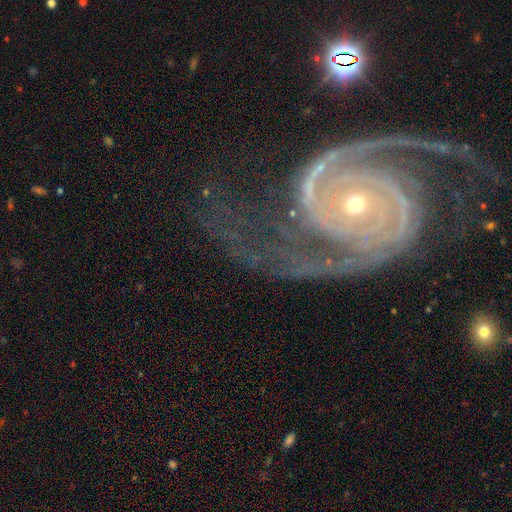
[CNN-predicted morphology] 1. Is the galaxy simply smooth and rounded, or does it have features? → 91% featured or disk, 6% star or artifact, 3% smooth.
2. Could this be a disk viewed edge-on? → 97% no, 3% yes.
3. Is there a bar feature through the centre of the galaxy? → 66% no, 19% weak, 14% strong.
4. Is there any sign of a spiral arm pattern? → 98% yes, 2% no.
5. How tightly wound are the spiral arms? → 57% tight, 35% medium, 9% loose.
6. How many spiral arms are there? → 71% 2, 9% 3, 7% can't tell, 5% 4, 4% more than 4, 4% 1.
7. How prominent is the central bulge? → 66% small, 30% moderate, 1% large, 1% none, 1% dominant.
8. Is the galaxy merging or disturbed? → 59% none, 19% major disturbance, 18% minor disturbance, 4% merger.